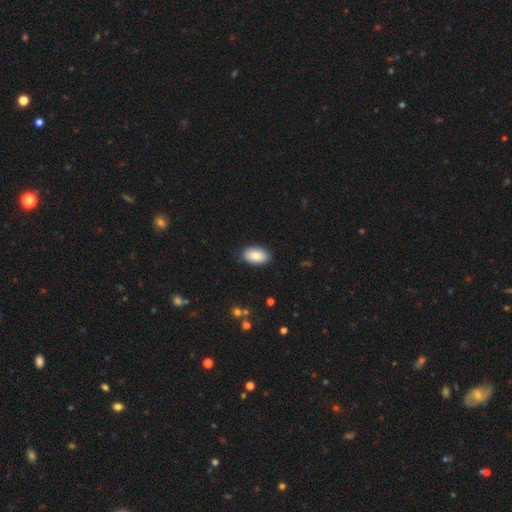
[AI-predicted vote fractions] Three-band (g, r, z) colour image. It shows a smooth galaxy with no disk features (85%) that is in between round and cigar-shaped (94%). Merging: none (88%).